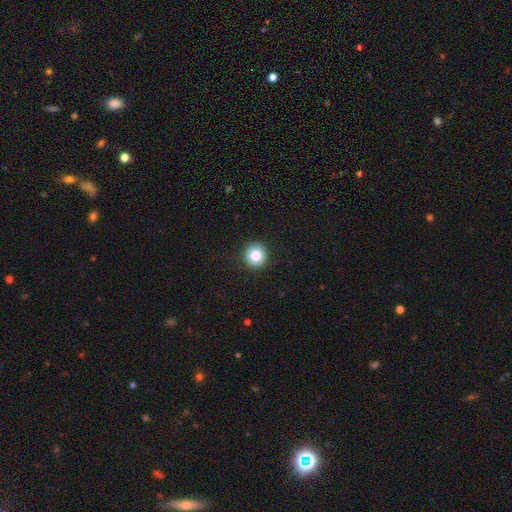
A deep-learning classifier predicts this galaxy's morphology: Overall: smooth (83%). How rounded: round (94%). Merging: none (92%).